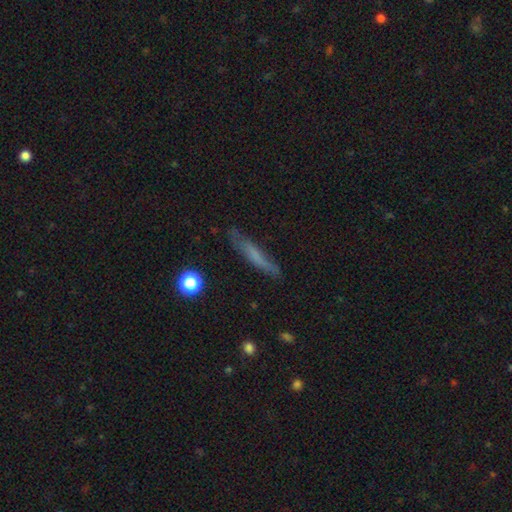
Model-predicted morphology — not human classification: This is possibly a smooth galaxy (59%). How rounded: clearly cigar-shaped (90%). Merging: likely none (76%).